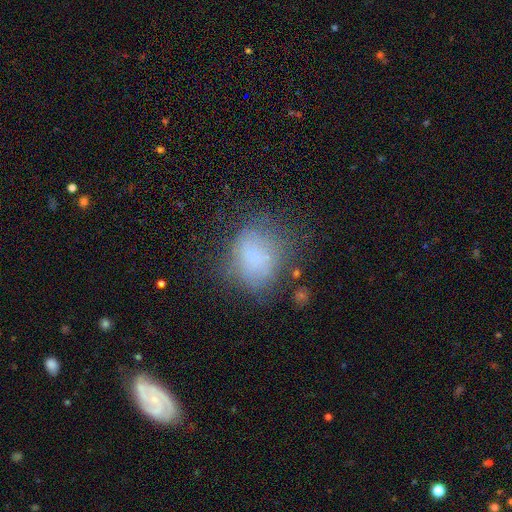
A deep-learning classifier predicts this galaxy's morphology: smooth-or-featured: smooth: 66% | featured or disk: 20% | star or artifact: 14%
  how-rounded: round: 52% | in between: 47% | cigar-shaped: 1%
  merging: none: 56% | minor disturbance: 24% | major disturbance: 16% | merger: 4%